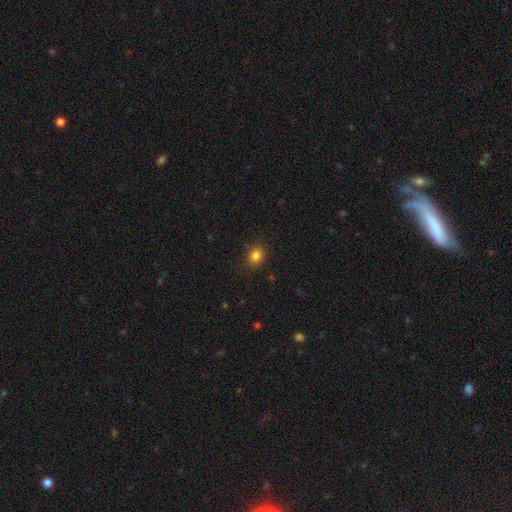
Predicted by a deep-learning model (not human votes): smooth 83%, star or artifact 12%, featured or disk 5%. Down the decision tree: how rounded — round (52%); merging — none (85%).